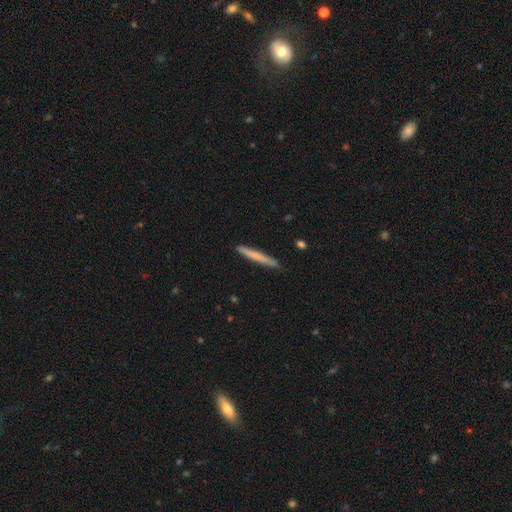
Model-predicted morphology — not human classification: Smooth or featured? Predicted: smooth (p=0.66). How rounded? Predicted: cigar-shaped (p=0.96). Merging? Predicted: none (p=0.87).